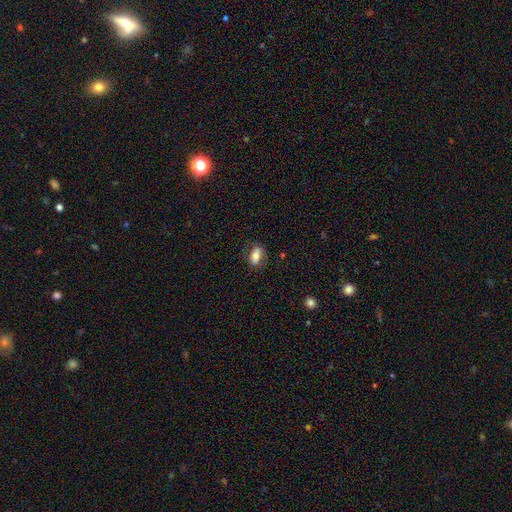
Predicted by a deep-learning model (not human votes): Smooth or featured? smooth (74%)
How rounded? in between (87%)
Merging? none (77%)